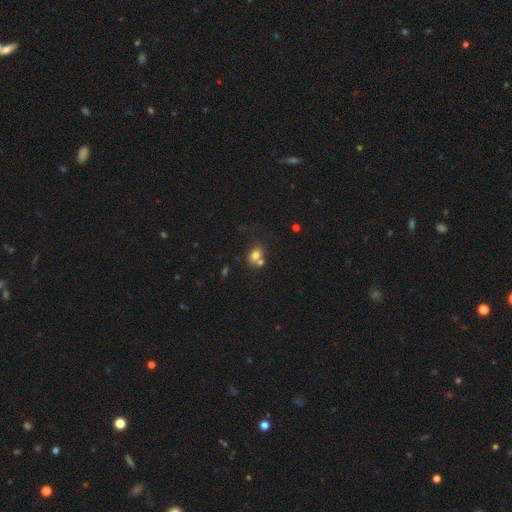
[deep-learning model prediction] Smooth or featured? Predicted: smooth (p=0.75). How rounded? Predicted: in between (p=0.54). Merging? Predicted: none (p=0.43).